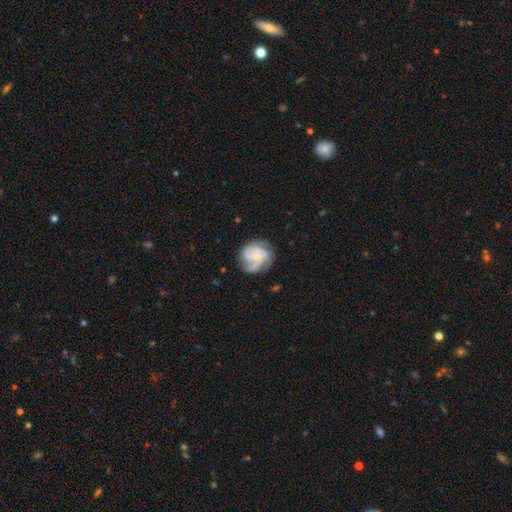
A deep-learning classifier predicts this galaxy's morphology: This is clearly a featured or disk galaxy (80%). It is clearly not viewed edge-on (98%). Bar: likely no (60%). Spiral arm pattern: clearly yes (95%). Spiral arm count: possibly 3 (46%). Spiral winding: marginally medium (44%). Central bulge: likely small (67%). Merging: likely none (67%).